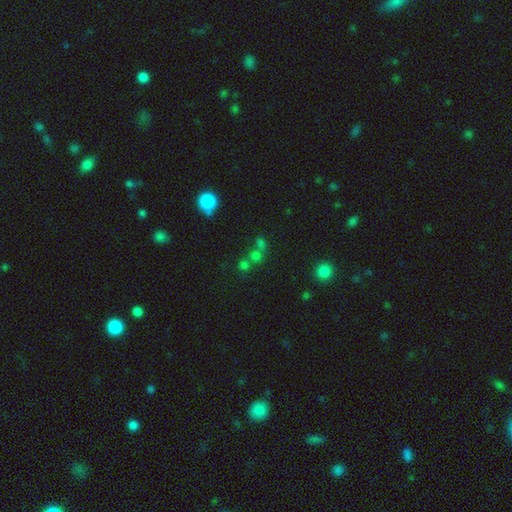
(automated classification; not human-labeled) Smooth or featured? smooth (59%)
How rounded? round (81%)
Merging? none (49%)